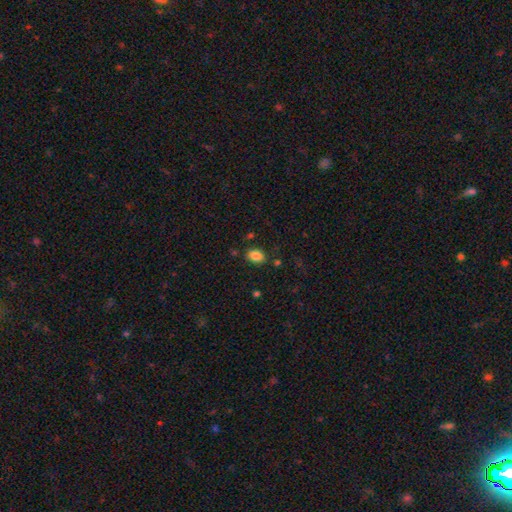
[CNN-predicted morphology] Smooth or featured? smooth (86%)
How rounded? in between (80%)
Merging? none (82%)